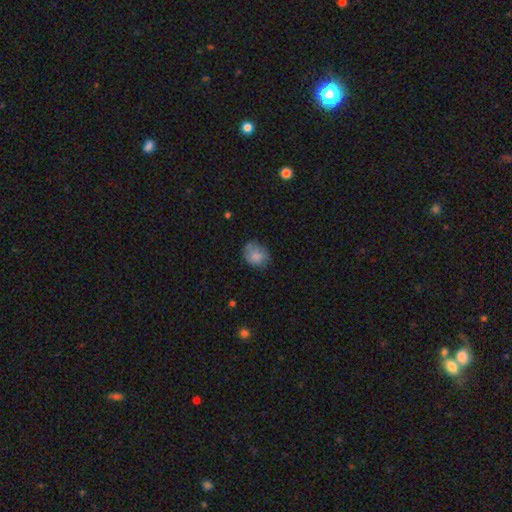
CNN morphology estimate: Smooth or featured?
  - smooth: 81% *
  - featured or disk: 11%
  - star or artifact: 8%
How rounded?
  - in between: 55% *
  - round: 44%
  - cigar-shaped: 1%
Merging?
  - none: 66% *
  - minor disturbance: 25%
  - major disturbance: 7%
  - merger: 2%